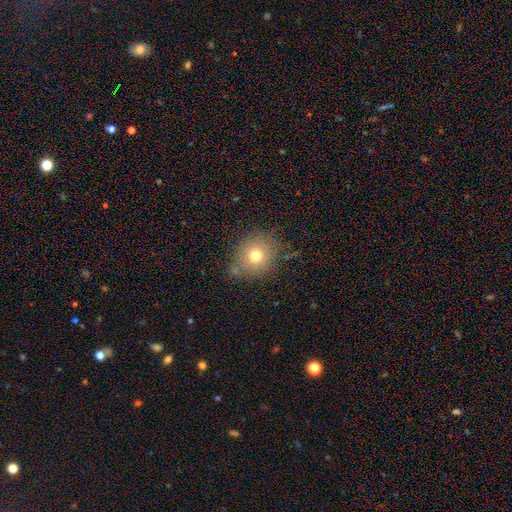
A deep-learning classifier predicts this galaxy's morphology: Smooth or featured? smooth (71%)
How rounded? round (78%)
Merging? none (73%)